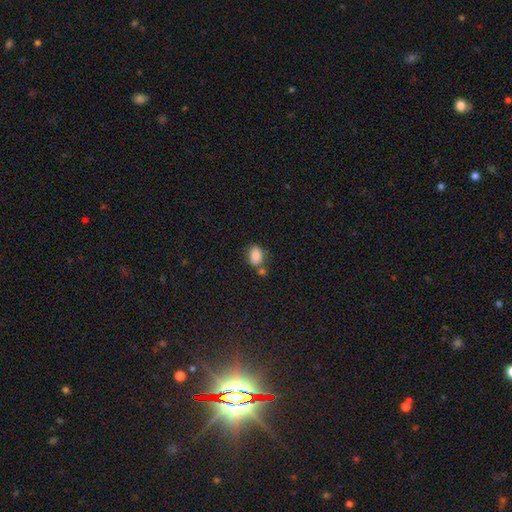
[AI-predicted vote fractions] smooth-or-featured: smooth: 84% | star or artifact: 9% | featured or disk: 7%
  how-rounded: in between: 78% | round: 21% | cigar-shaped: 1%
  merging: none: 56% | merger: 22% | minor disturbance: 17% | major disturbance: 5%